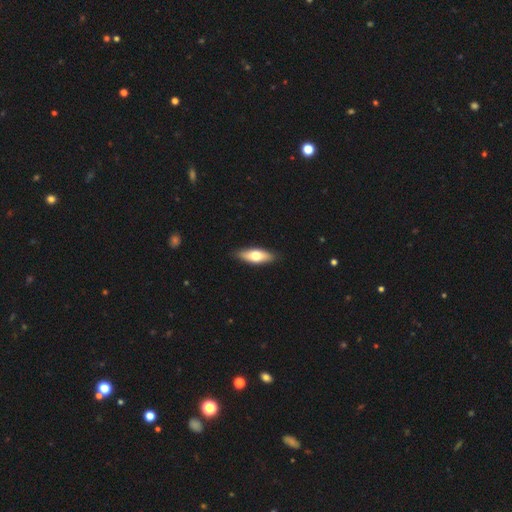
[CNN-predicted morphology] smooth 62%, featured or disk 32%, star or artifact 5%. Down the decision tree: how rounded — in between (65%); merging — none (89%).